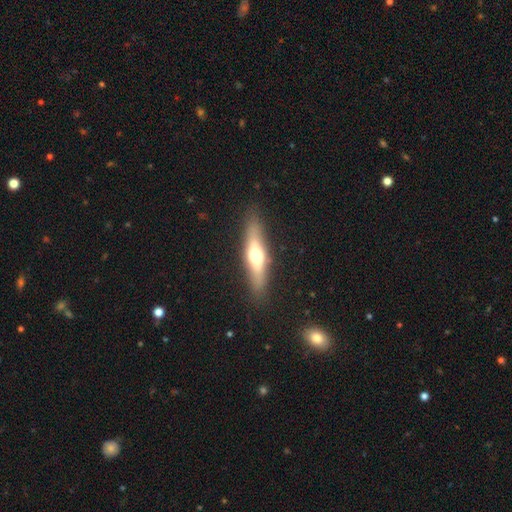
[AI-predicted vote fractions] A featured or disk galaxy (50%).

Vote fractions:
- Smooth or featured? featured or disk: 50% / smooth: 44% / star or artifact: 6%
- Merging? none: 86% / minor disturbance: 10% / major disturbance: 3% / merger: 1%